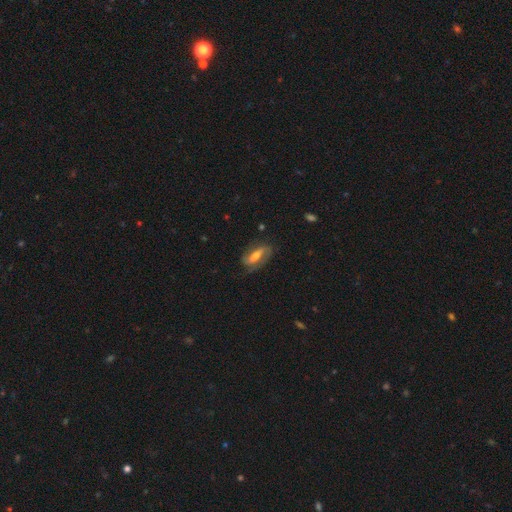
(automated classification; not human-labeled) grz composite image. It shows a featured or disk galaxy (67%) with a strong bar (48%), 2 (74%) medium (42%) spiral arms (85%) and a moderate central bulge (50%). Merging: none (68%).